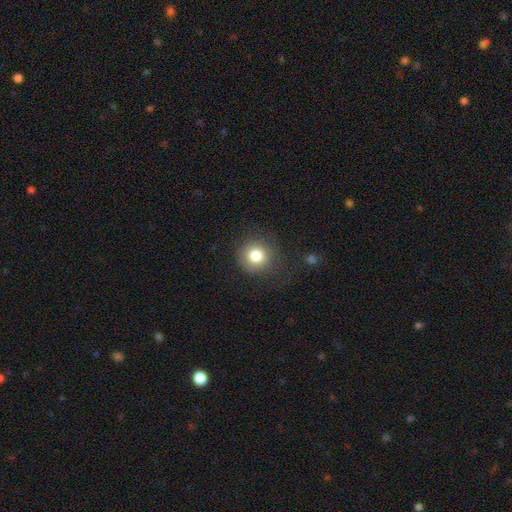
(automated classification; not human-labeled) Smooth or featured? Predicted: smooth (p=0.80). How rounded? Predicted: round (p=0.92). Merging? Predicted: none (p=0.81).